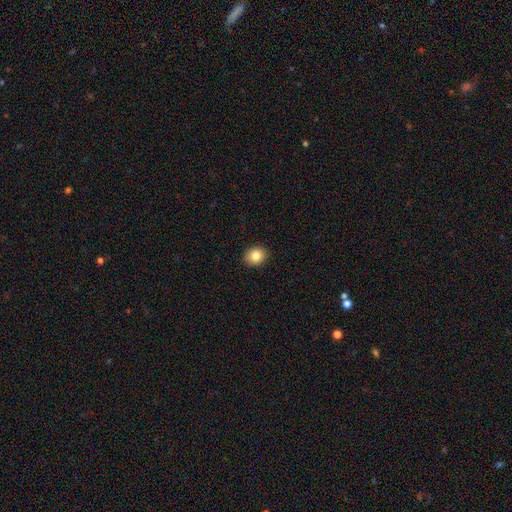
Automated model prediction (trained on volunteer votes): The model was most divided on "how rounded": round: 70%, in between: 29%, cigar-shaped: 1%. More confident: merging — none (92%); smooth or featured — smooth (84%).